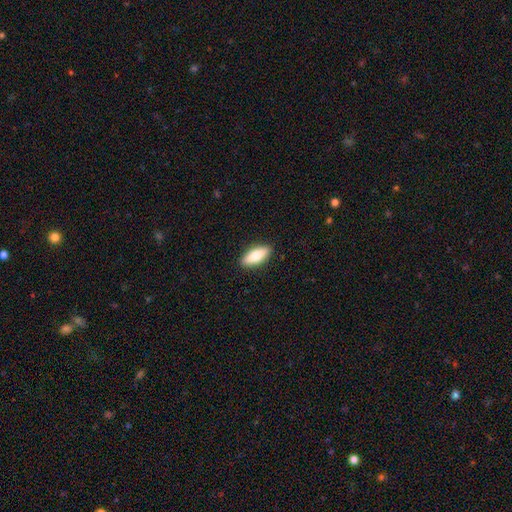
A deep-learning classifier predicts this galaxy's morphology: This appears to be a smooth galaxy with no disk features (75%) that is in between round and cigar-shaped (73%). Merging: none (90%).